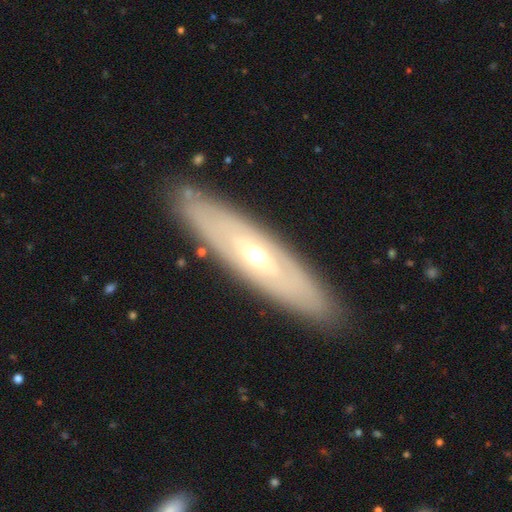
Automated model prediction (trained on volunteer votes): The model was most divided on "edge-on disk": no: 61%, yes: 39%. More confident: merging — none (86%); smooth or featured — featured or disk (65%).